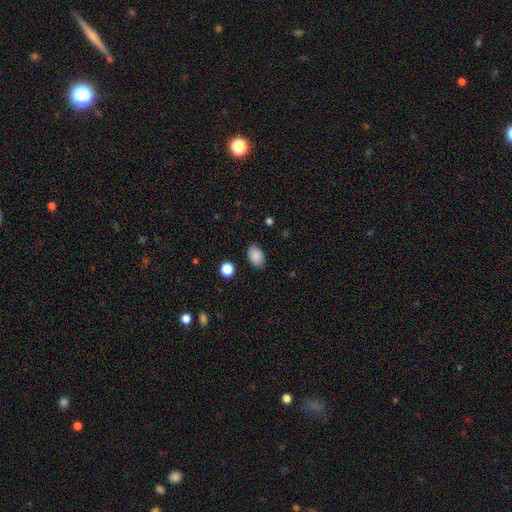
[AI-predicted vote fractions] Smooth or featured: smooth — 88% (star or artifact — 8%)
How rounded: in between — 83% (round — 16%)
Merging: none — 85% (minor disturbance — 11%)